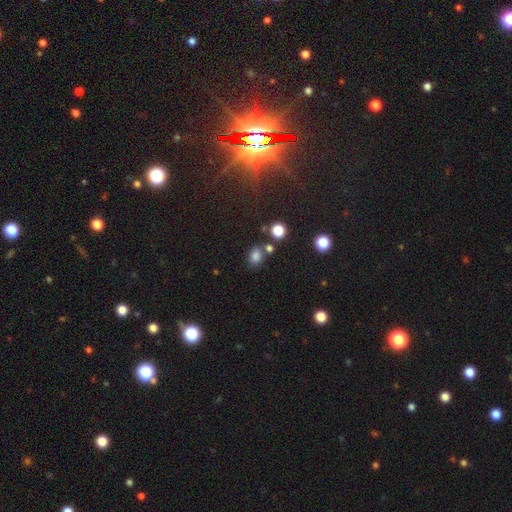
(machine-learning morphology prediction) Smooth or featured?
  - smooth: 79% *
  - star or artifact: 15%
  - featured or disk: 6%
How rounded?
  - in between: 53% *
  - round: 46%
  - cigar-shaped: 1%
Merging?
  - none: 67% *
  - merger: 15%
  - minor disturbance: 13%
  - major disturbance: 4%